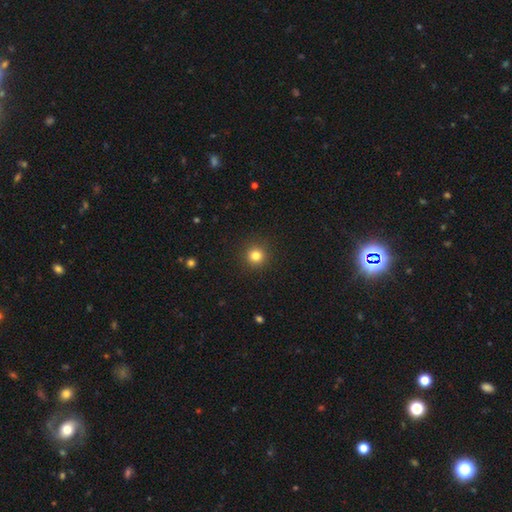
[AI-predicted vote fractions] smooth_or_featured: smooth (p=0.81) [alt: star or artifact p=0.13]
how_rounded: round (p=0.95) [alt: in between p=0.04]
merging: none (p=0.92) [alt: minor disturbance p=0.05]